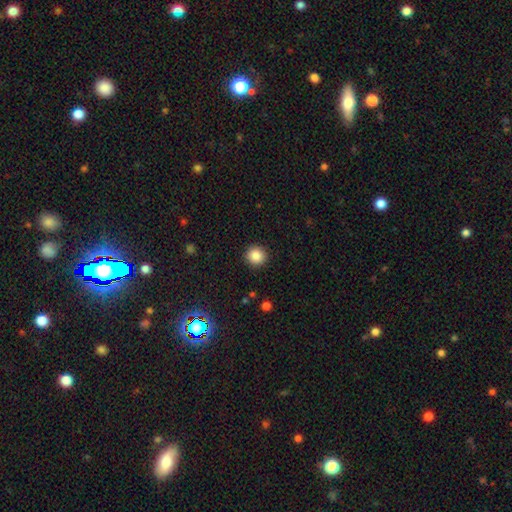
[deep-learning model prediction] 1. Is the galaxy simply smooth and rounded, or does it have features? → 86% smooth, 10% star or artifact, 4% featured or disk.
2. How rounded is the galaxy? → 93% round, 6% in between, 1% cigar-shaped.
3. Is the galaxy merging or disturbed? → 92% none, 5% minor disturbance, 2% major disturbance, 1% merger.